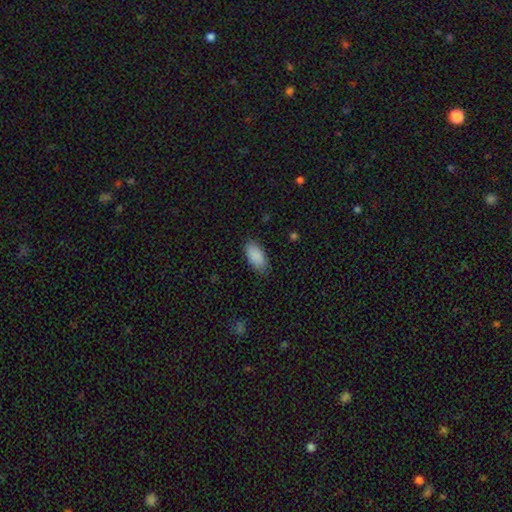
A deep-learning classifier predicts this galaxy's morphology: This appears to be a smooth galaxy with no disk features (89%) that is in between round and cigar-shaped (92%). Merging: none (80%).